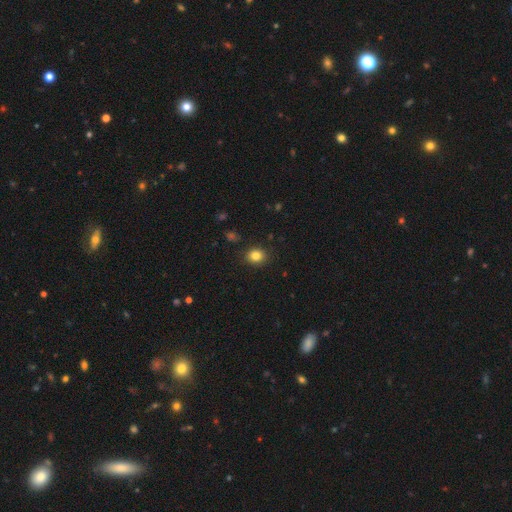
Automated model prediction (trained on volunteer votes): This is clearly a smooth galaxy (83%). How rounded: likely round (73%). Merging: clearly none (89%).